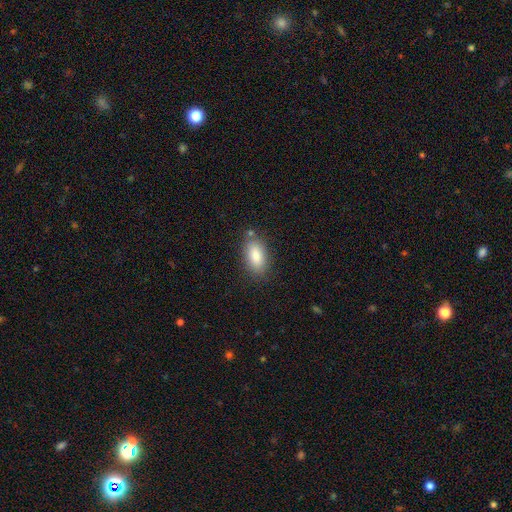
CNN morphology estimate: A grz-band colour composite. It shows a smooth galaxy with no disk features (85%) that is in between round and cigar-shaped (91%). Merging: none (79%).